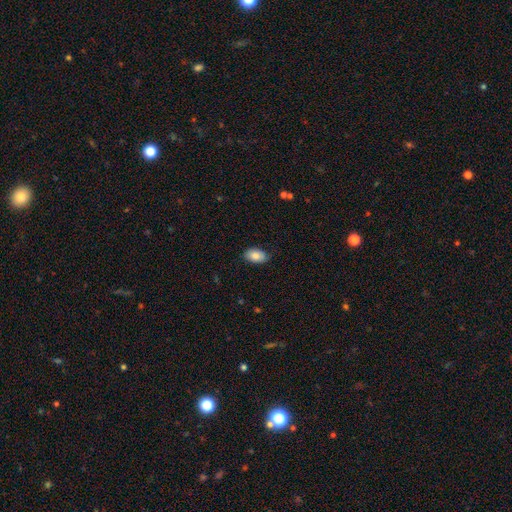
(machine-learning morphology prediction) smooth-or-featured: smooth: 84% | featured or disk: 9% | star or artifact: 7%
  how-rounded: in between: 92% | round: 7% | cigar-shaped: 1%
  merging: none: 82% | minor disturbance: 14% | major disturbance: 2% | merger: 1%